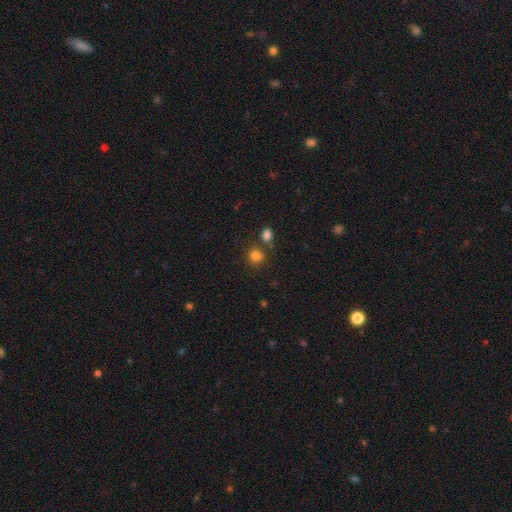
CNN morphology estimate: A smooth galaxy with no disk features (81%) that is round (84%). Merging: none (71%).